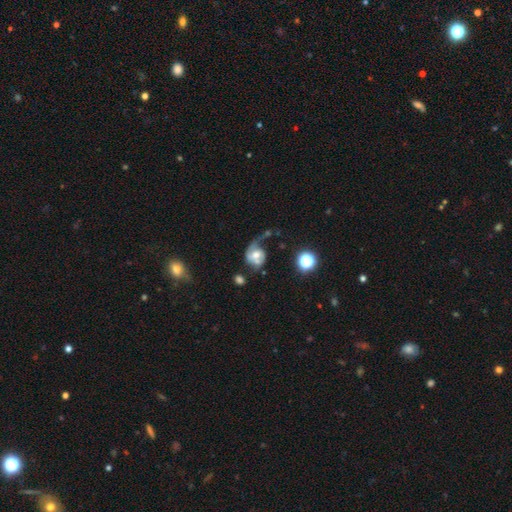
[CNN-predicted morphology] Smooth or featured: featured or disk — 56% (smooth — 34%)
Edge-on disk: no — 97% (yes — 3%)
Bar: no — 63% (weak — 30%)
Spiral arms: yes — 73% (no — 27%)
Bulge size: moderate — 59% (small — 18%)
Merging: major disturbance — 35% (none — 28%)